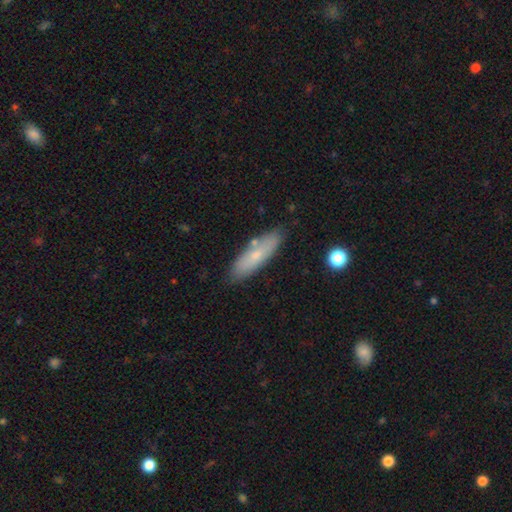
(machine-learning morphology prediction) This is likely a smooth galaxy (66%). How rounded: likely cigar-shaped (60%). Merging: likely none (80%).